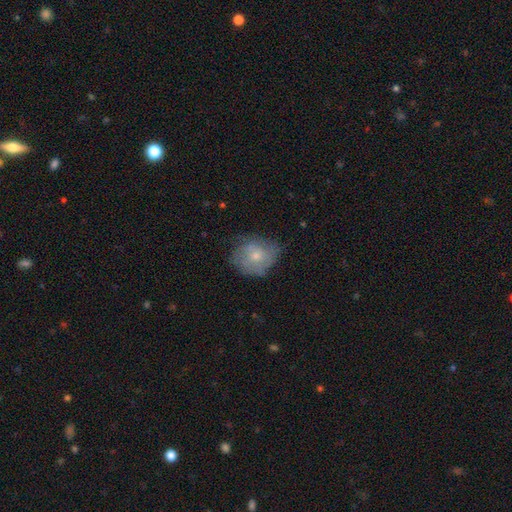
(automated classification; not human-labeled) Smooth or featured?
  - smooth: 60% *
  - featured or disk: 32%
  - star or artifact: 8%
How rounded?
  - round: 66% *
  - in between: 33%
  - cigar-shaped: 1%
Merging?
  - none: 57% *
  - minor disturbance: 30%
  - major disturbance: 11%
  - merger: 2%